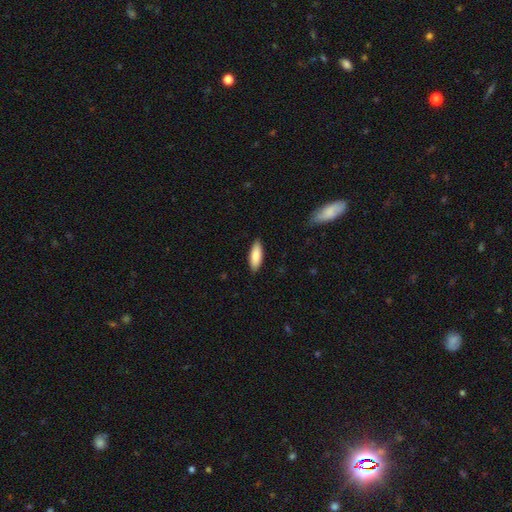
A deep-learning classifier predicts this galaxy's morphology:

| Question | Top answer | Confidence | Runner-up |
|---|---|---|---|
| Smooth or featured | smooth | 86% | featured or disk (9%) |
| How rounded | in between | 64% | cigar-shaped (34%) |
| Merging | none | 88% | minor disturbance (10%) |